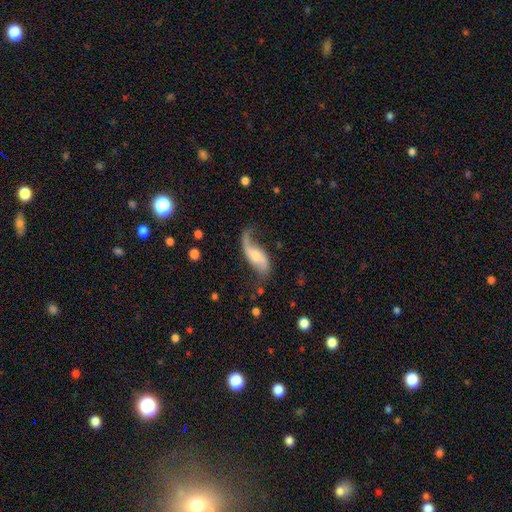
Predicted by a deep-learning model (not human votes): This is likely a featured or disk galaxy (78%). It is clearly not viewed edge-on (92%). Bar: possibly no (48%). Spiral arm pattern: clearly yes (92%). Spiral arm count: likely 2 (75%). Spiral winding: clearly loose (87%). Central bulge: possibly moderate (46%). Merging: possibly none (51%).